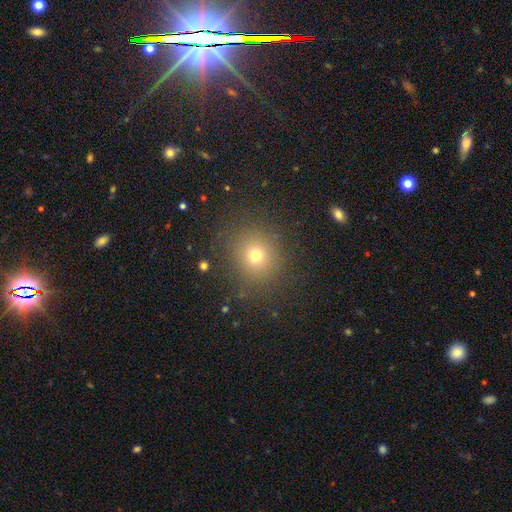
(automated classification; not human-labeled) A smooth galaxy with no disk features (70%) that is round (87%). Merging: none (86%).